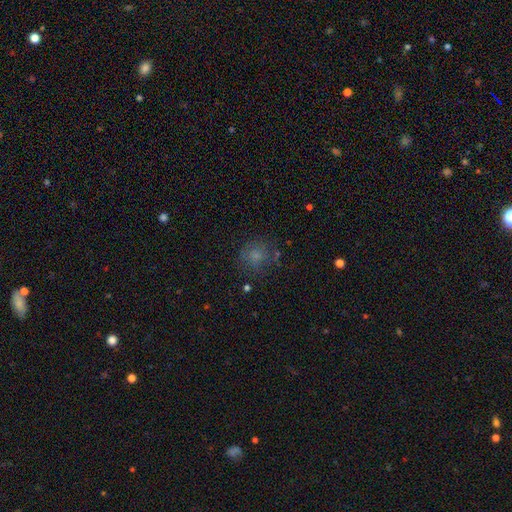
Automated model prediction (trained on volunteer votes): Smooth or featured: smooth — 67% (star or artifact — 17%)
How rounded: round — 81% (in between — 18%)
Merging: none — 68% (minor disturbance — 18%)